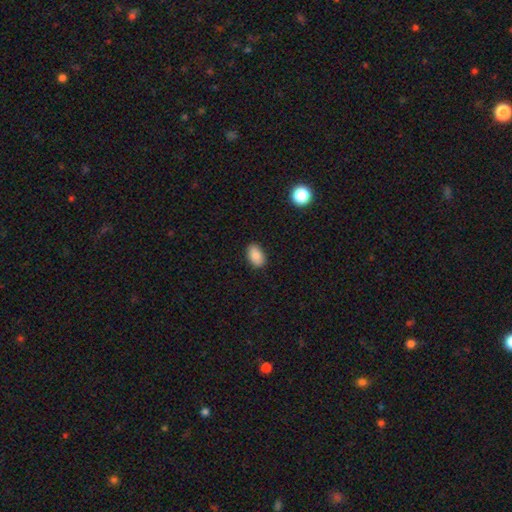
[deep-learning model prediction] Overall: smooth (85%). How rounded: in between (90%). Merging: none (87%).